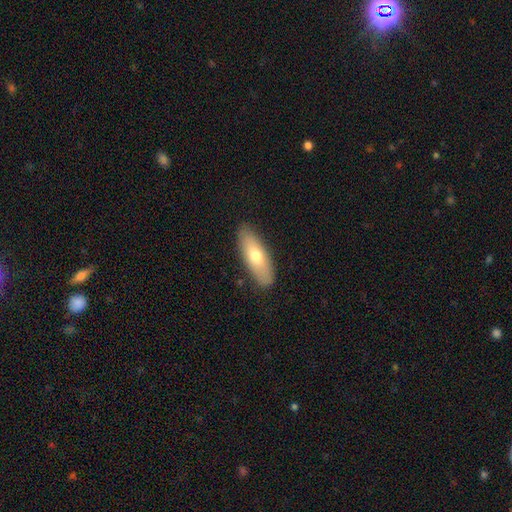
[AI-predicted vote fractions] A smooth galaxy with no disk features (67%) that is in between round and cigar-shaped (66%).

Vote fractions:
- Smooth or featured? smooth: 67% / featured or disk: 27% / star or artifact: 6%
- How rounded? in between: 66% / cigar-shaped: 31% / round: 2%
- Merging? none: 86% / minor disturbance: 11% / major disturbance: 3% / merger: 1%